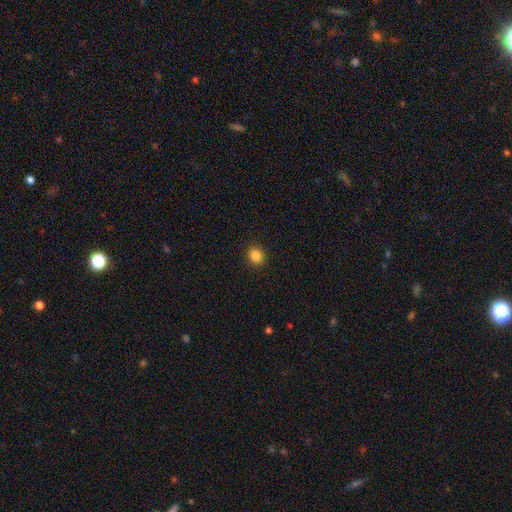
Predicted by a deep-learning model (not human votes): A smooth galaxy with no disk features (85%) that is round (75%). Merging: none (91%).